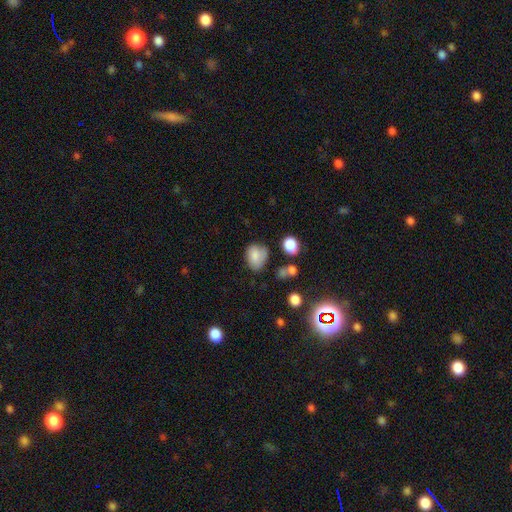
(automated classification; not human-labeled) A smooth galaxy with no disk features (80%) that is in between round and cigar-shaped (64%). Merging: none (52%).